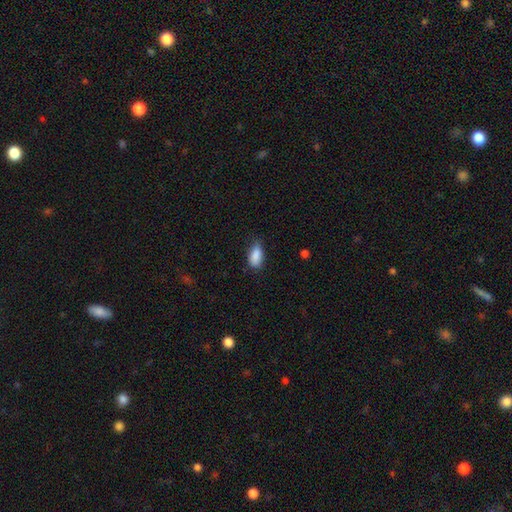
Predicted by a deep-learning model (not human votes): smooth-or-featured: smooth: 88% | star or artifact: 8% | featured or disk: 5%
  how-rounded: in between: 89% | cigar-shaped: 8% | round: 4%
  merging: none: 64% | minor disturbance: 29% | major disturbance: 5% | merger: 1%